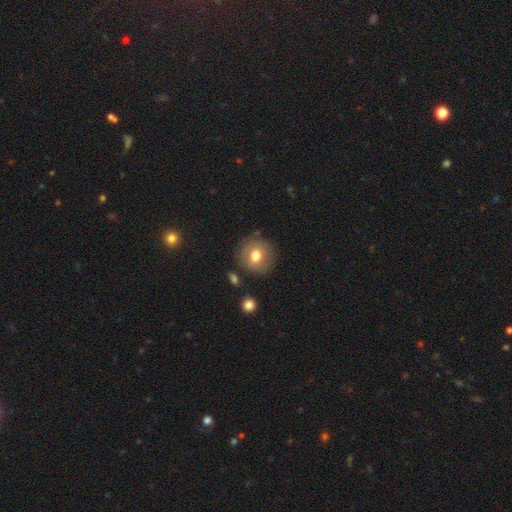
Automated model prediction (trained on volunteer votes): smooth-or-featured: smooth: 75% | featured or disk: 16% | star or artifact: 9%
  how-rounded: round: 88% | in between: 11% | cigar-shaped: 1%
  merging: none: 83% | minor disturbance: 11% | merger: 3% | major disturbance: 3%